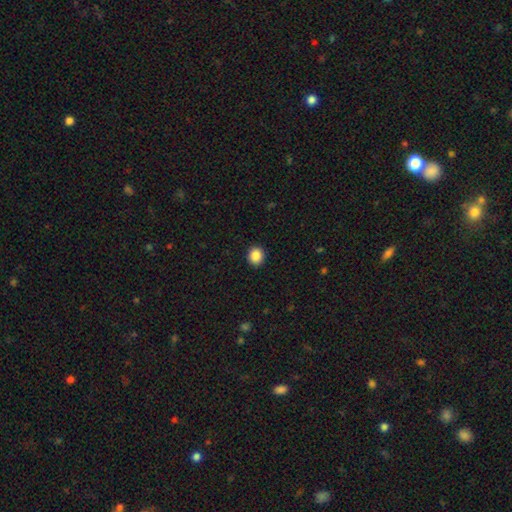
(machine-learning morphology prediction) smooth_or_featured: smooth (p=0.87) [alt: star or artifact p=0.09]
how_rounded: round (p=0.83) [alt: in between p=0.17]
merging: none (p=0.92) [alt: minor disturbance p=0.05]